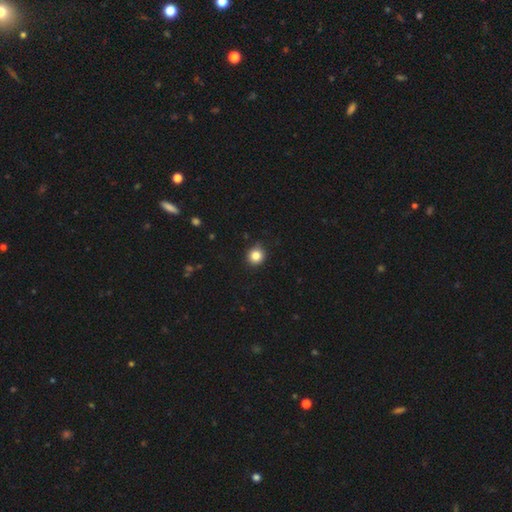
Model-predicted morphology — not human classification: This appears to be a smooth galaxy with no disk features (84%) that is round (90%). Merging: none (89%).